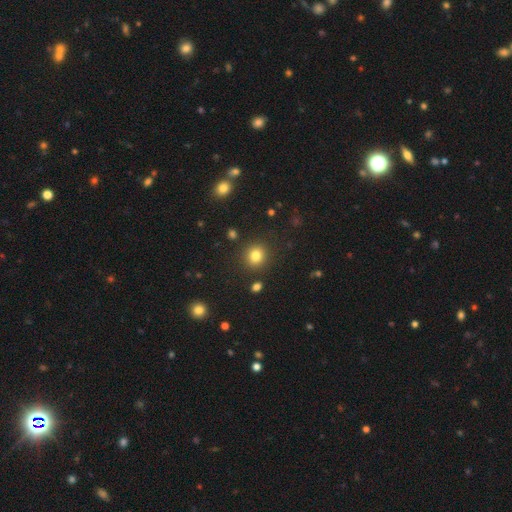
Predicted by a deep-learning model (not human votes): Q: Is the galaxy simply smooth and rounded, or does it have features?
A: smooth — 82%.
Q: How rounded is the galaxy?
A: round — 87%.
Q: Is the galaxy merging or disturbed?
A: none — 89%.